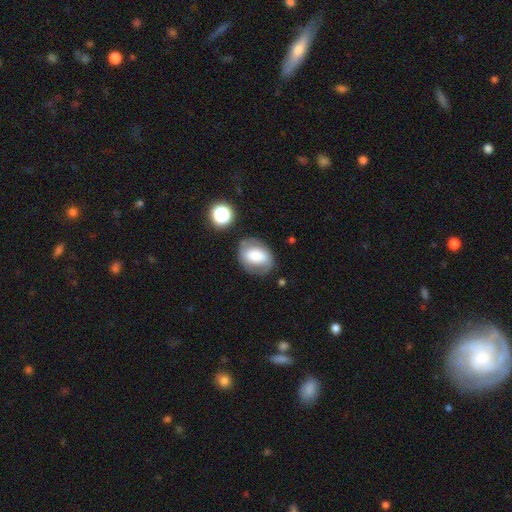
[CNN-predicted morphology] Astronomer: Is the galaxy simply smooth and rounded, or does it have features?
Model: smooth — 58%.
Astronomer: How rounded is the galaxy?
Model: in between — 65%.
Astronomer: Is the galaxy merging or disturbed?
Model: none — 68%.